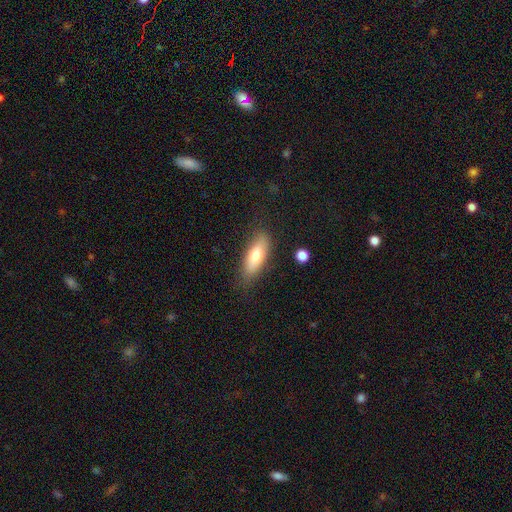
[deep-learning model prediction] smooth_or_featured: smooth (p=0.72) [alt: featured or disk p=0.21]
how_rounded: in between (p=0.64) [alt: cigar-shaped p=0.34]
merging: none (p=0.81) [alt: minor disturbance p=0.14]